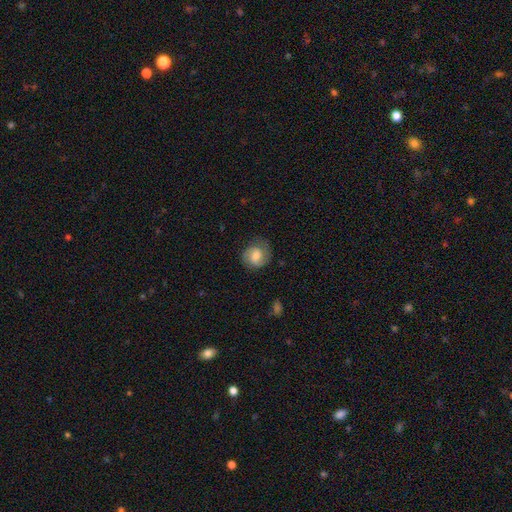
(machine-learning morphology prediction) This appears to be a featured or disk galaxy (50%). Merging: none (74%).